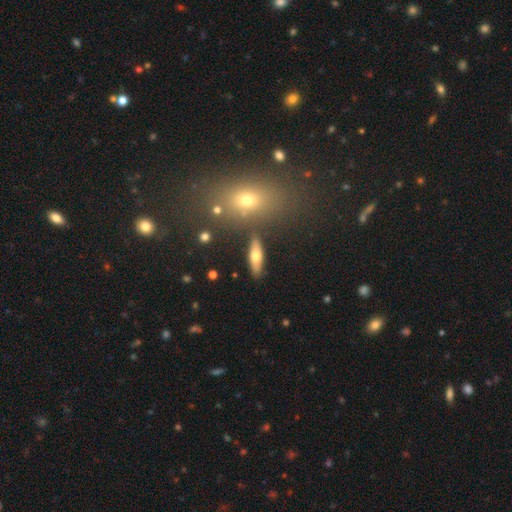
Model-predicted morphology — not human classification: This appears to be a smooth galaxy with no disk features (59%) that is in between round and cigar-shaped (50%). Merging: none (83%).